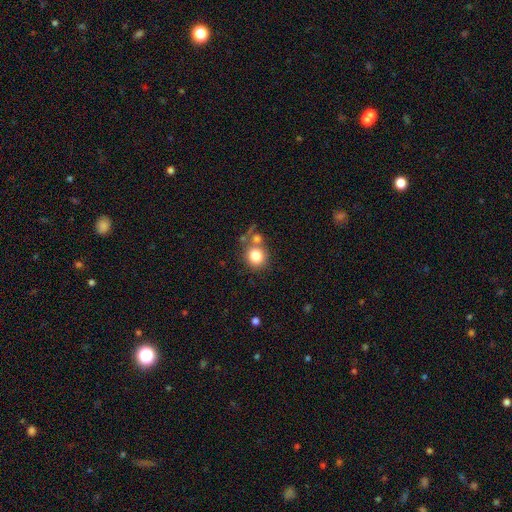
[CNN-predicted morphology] The model was most divided on "merging": none: 58%, merger: 24%, minor disturbance: 12%, major disturbance: 6%. More confident: how rounded — round (83%); smooth or featured — smooth (81%).